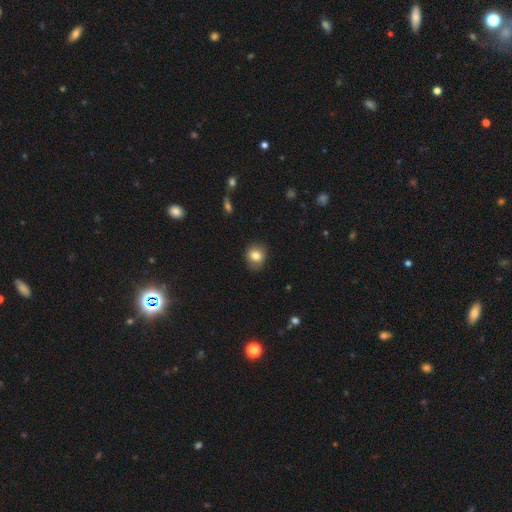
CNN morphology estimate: smooth-or-featured: smooth: 81% | star or artifact: 10% | featured or disk: 9%
  how-rounded: round: 75% | in between: 24% | cigar-shaped: 1%
  merging: none: 83% | minor disturbance: 13% | major disturbance: 3% | merger: 1%